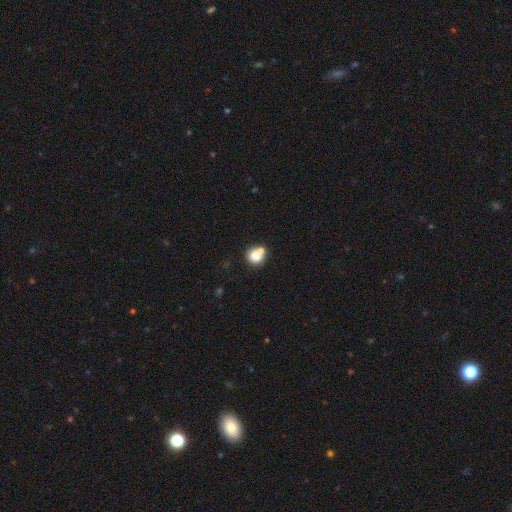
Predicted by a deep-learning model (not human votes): Smooth or featured? Predicted: smooth (p=0.77). How rounded? Predicted: round (p=0.82). Merging? Predicted: none (p=0.51).